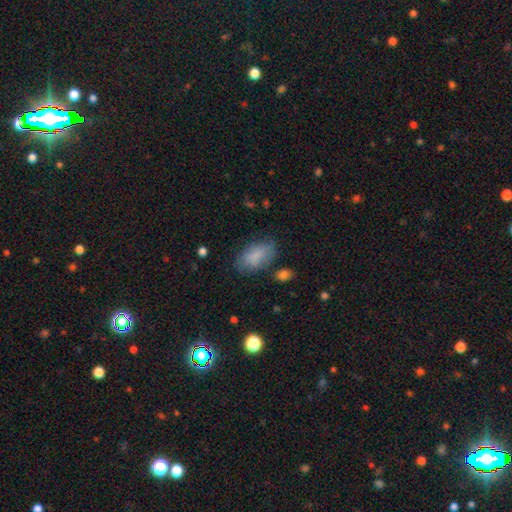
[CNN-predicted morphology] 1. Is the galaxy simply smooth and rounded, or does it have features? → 81% smooth, 11% featured or disk, 9% star or artifact.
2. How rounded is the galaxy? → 92% in between, 4% round, 4% cigar-shaped.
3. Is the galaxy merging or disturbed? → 71% none, 20% minor disturbance, 6% major disturbance, 3% merger.